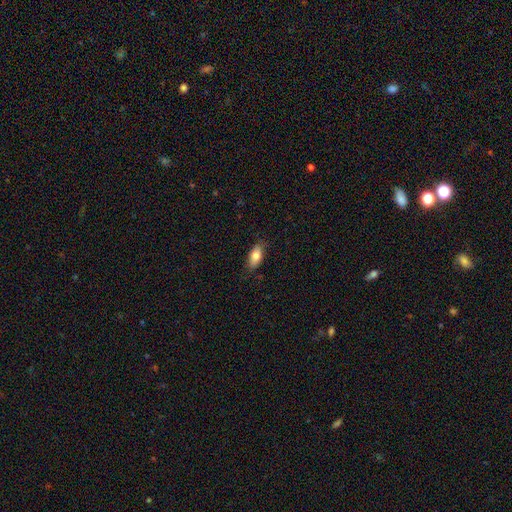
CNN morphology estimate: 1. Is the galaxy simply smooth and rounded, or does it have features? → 79% smooth, 14% featured or disk, 7% star or artifact.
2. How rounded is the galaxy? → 86% in between, 11% cigar-shaped, 3% round.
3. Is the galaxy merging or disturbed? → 82% none, 15% minor disturbance, 3% major disturbance, 1% merger.